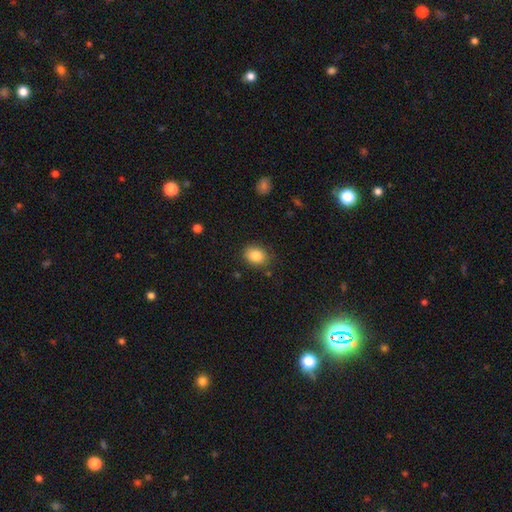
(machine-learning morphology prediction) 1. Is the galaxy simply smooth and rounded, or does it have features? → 85% smooth, 9% star or artifact, 6% featured or disk.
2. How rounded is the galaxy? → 57% in between, 42% round, 1% cigar-shaped.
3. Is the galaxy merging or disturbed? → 83% none, 12% minor disturbance, 3% major disturbance, 2% merger.